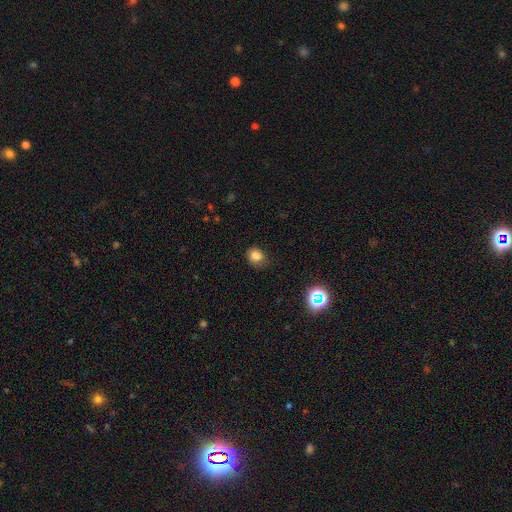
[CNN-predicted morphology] Overall: smooth (80%). How rounded: round (61%; in between 38%). Merging: none (64%; minor disturbance 27%).